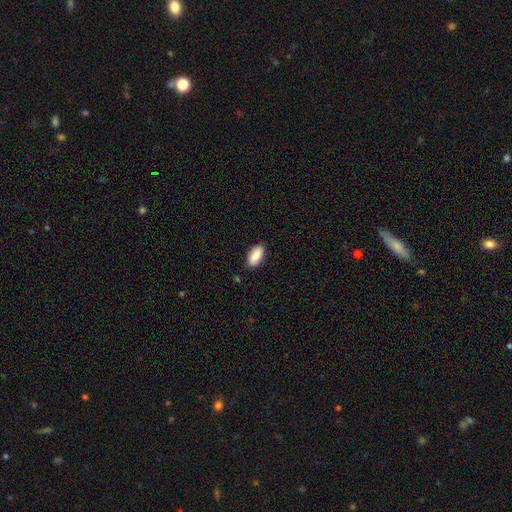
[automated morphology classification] Q: Smooth or featured?
A: smooth (88%); runner-up: star or artifact (6%)
Q: How rounded?
A: in between (94%); runner-up: cigar-shaped (4%)
Q: Merging?
A: none (88%); runner-up: minor disturbance (9%)